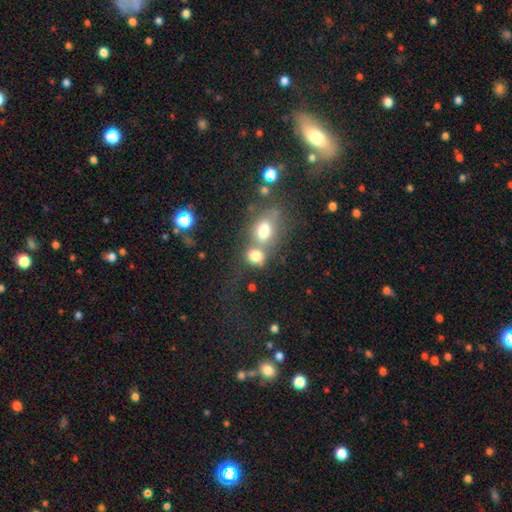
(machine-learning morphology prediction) Smooth or featured? Predicted: smooth (p=0.75). How rounded? Predicted: round (p=0.51). Merging? Predicted: merger (p=0.54).